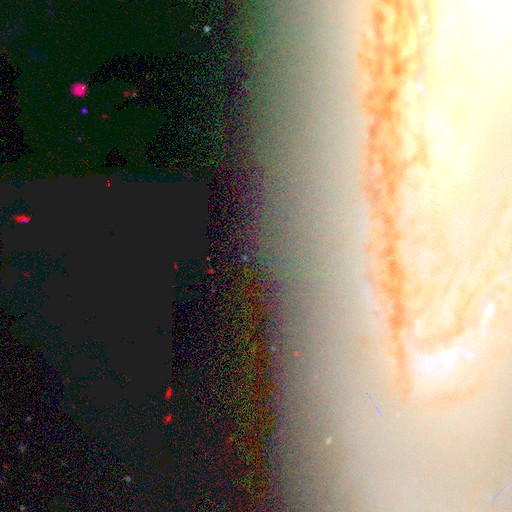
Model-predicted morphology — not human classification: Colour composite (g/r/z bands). It shows a featured or disk galaxy (44%). Merging: none (81%).